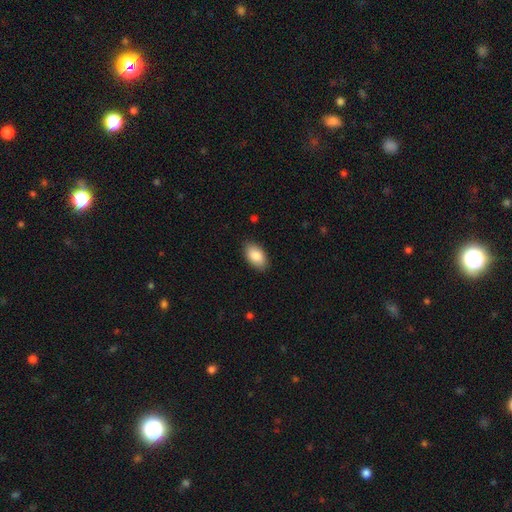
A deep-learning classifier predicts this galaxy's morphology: This is clearly a smooth galaxy (87%). How rounded: clearly in between (94%). Merging: clearly none (87%).